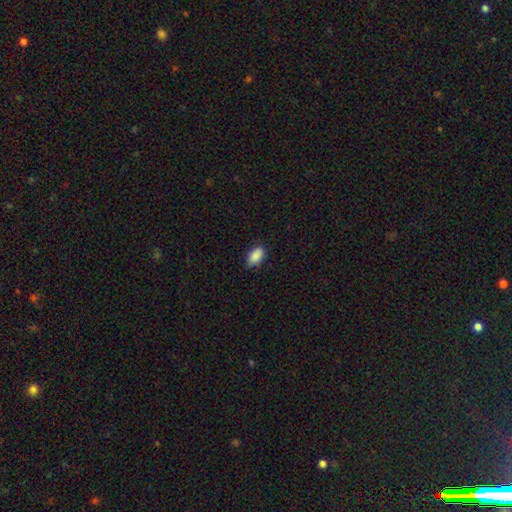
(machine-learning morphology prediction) smooth-or-featured: smooth: 89% | star or artifact: 7% | featured or disk: 4%
  how-rounded: in between: 92% | round: 4% | cigar-shaped: 4%
  merging: none: 78% | minor disturbance: 19% | major disturbance: 3% | merger: 1%